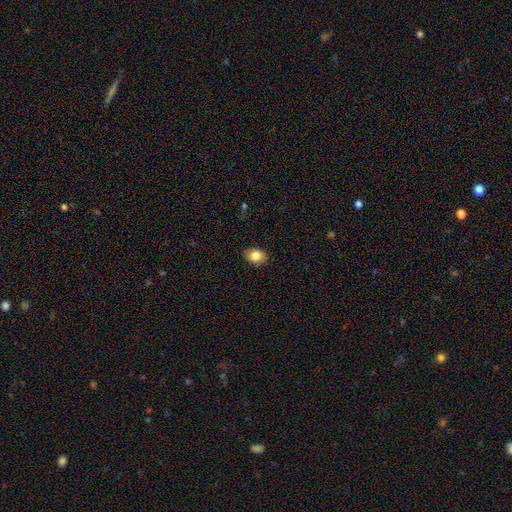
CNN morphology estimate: Smooth or featured: smooth — 83% (star or artifact — 8%)
How rounded: in between — 68% (round — 31%)
Merging: none — 87% (minor disturbance — 10%)